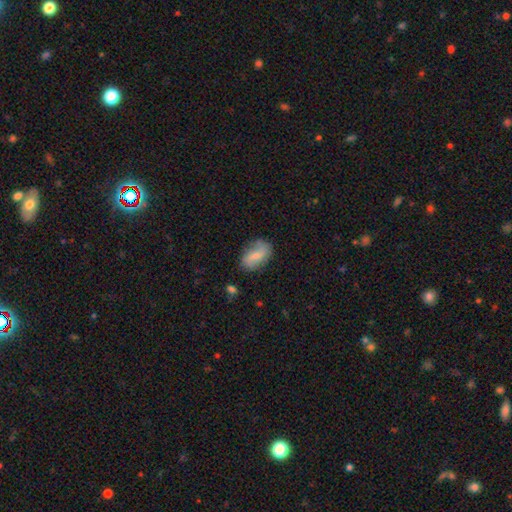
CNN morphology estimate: smooth-or-featured: smooth: 53% | featured or disk: 40% | star or artifact: 7%
  how-rounded: in between: 88% | round: 8% | cigar-shaped: 3%
  merging: none: 71% | minor disturbance: 21% | major disturbance: 6% | merger: 2%